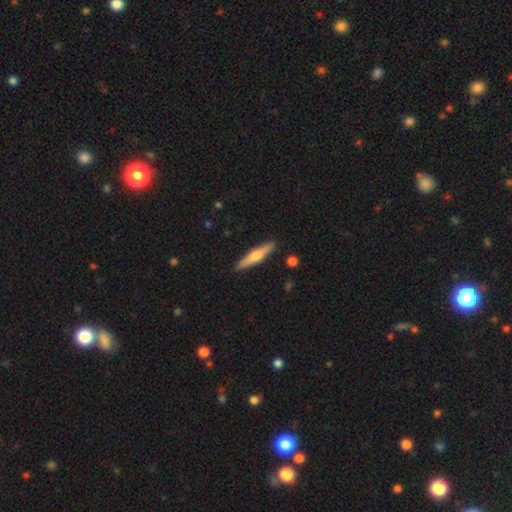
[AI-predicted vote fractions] Smooth or featured?
  - smooth: 50% *
  - featured or disk: 45%
  - star or artifact: 5%
Merging?
  - none: 90% *
  - minor disturbance: 7%
  - major disturbance: 2%
  - merger: 1%